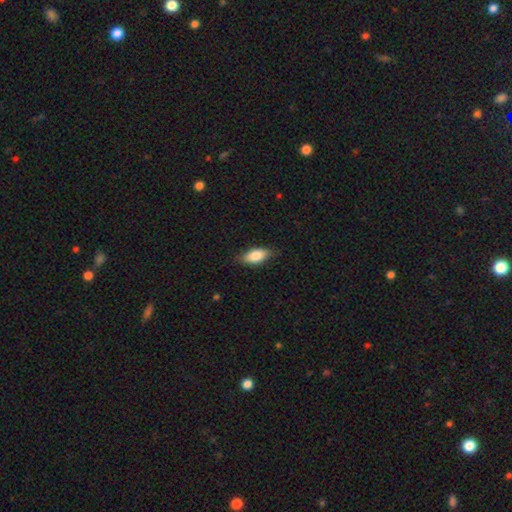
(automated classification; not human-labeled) smooth-or-featured: smooth: 78% | featured or disk: 15% | star or artifact: 7%
  how-rounded: in between: 85% | cigar-shaped: 11% | round: 4%
  merging: none: 81% | minor disturbance: 15% | major disturbance: 3% | merger: 1%